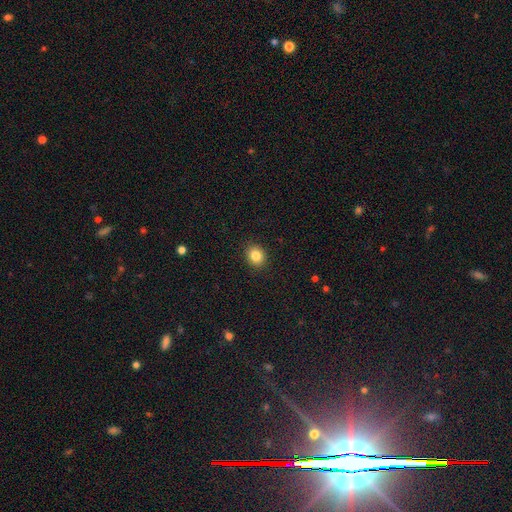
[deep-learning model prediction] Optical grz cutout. It shows a smooth galaxy with no disk features (84%) that is round (69%). Merging: none (90%).